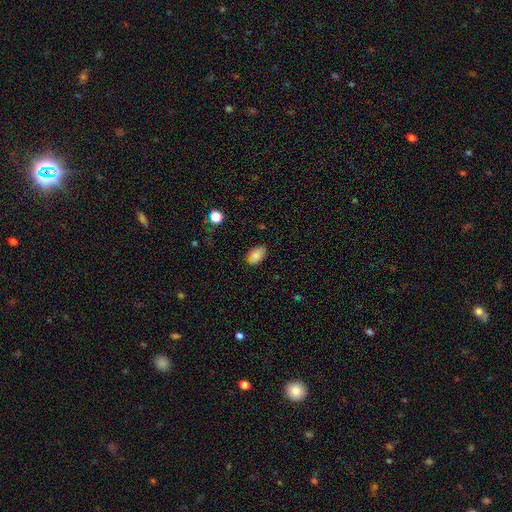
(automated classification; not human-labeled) A smooth galaxy with no disk features (85%) that is in between round and cigar-shaped (91%). Merging: none (75%).